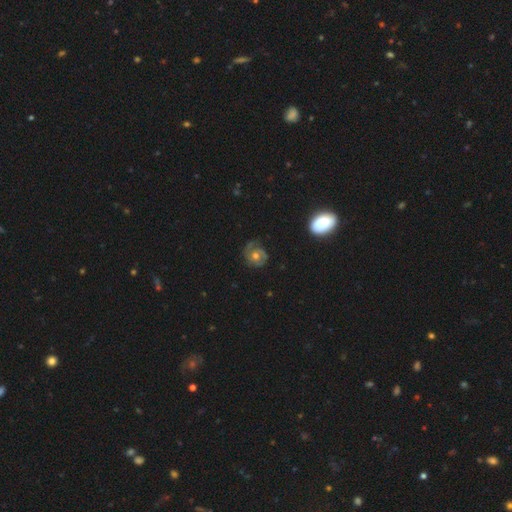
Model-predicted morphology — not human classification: Smooth or featured? featured or disk (61%)
Edge-on disk? no (97%)
Bar? no (82%)
Spiral arms? yes (79%)
Bulge size? moderate (70%)
Merging? none (61%)